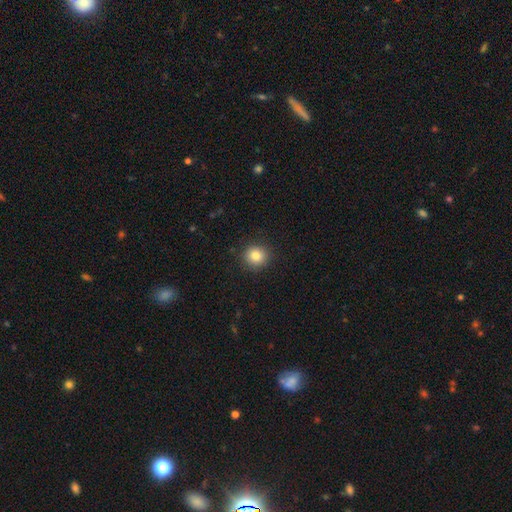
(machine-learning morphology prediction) smooth-or-featured: smooth: 83% | star or artifact: 11% | featured or disk: 6%
  how-rounded: round: 90% | in between: 9% | cigar-shaped: 1%
  merging: none: 90% | minor disturbance: 7% | major disturbance: 2% | merger: 1%